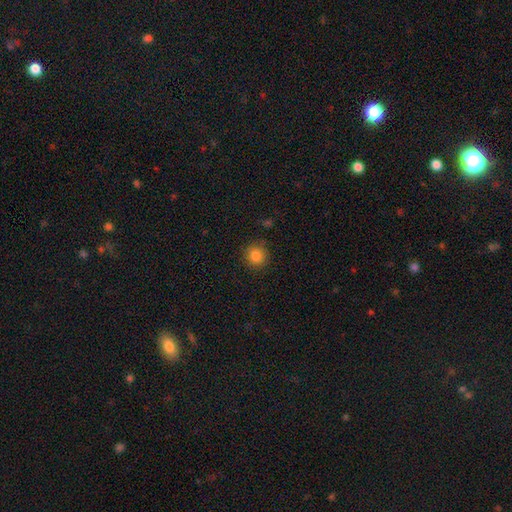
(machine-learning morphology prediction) Q: Smooth or featured?
A: smooth (85%); runner-up: star or artifact (11%)
Q: How rounded?
A: round (91%); runner-up: in between (8%)
Q: Merging?
A: none (87%); runner-up: minor disturbance (9%)